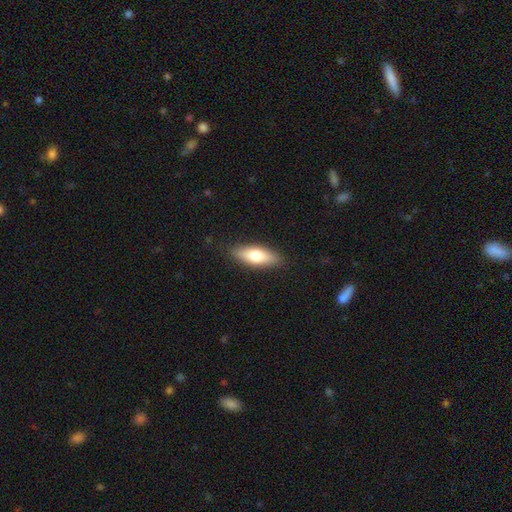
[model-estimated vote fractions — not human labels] A smooth galaxy with no disk features (69%) that is in between round and cigar-shaped (64%).

Vote fractions:
- Smooth or featured? smooth: 69% / featured or disk: 25% / star or artifact: 6%
- How rounded? in between: 64% / cigar-shaped: 33% / round: 3%
- Merging? none: 87% / minor disturbance: 10% / major disturbance: 2% / merger: 1%